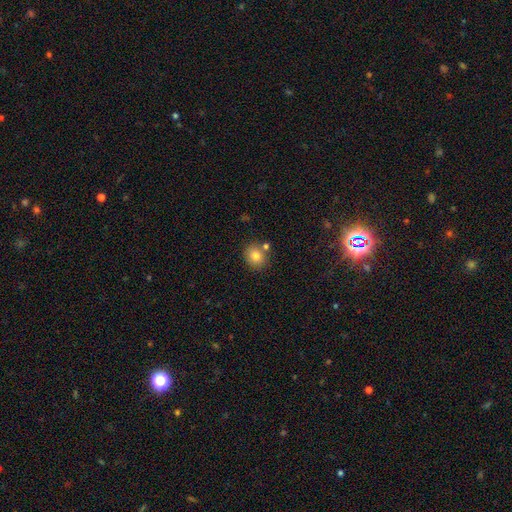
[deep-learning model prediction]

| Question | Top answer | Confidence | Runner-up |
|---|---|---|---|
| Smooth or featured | smooth | 80% | star or artifact (11%) |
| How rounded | round | 73% | in between (26%) |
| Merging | none | 75% | merger (12%) |